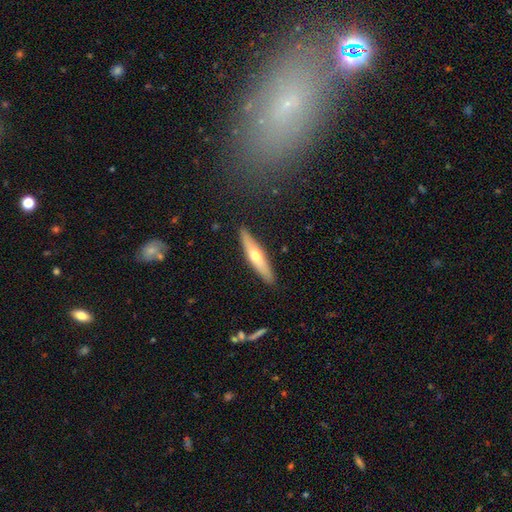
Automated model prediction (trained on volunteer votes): A featured or disk galaxy (48%).

Vote fractions:
- Smooth or featured? featured or disk: 48% / smooth: 46% / star or artifact: 6%
- Merging? none: 89% / minor disturbance: 8% / major disturbance: 2% / merger: 1%